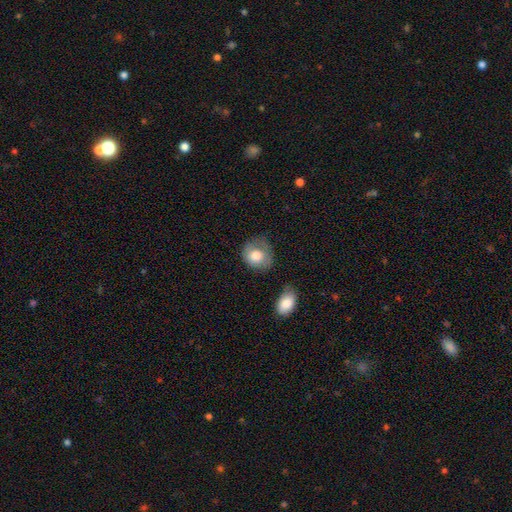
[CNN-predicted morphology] smooth_or_featured: smooth (p=0.75) [alt: featured or disk p=0.18]
how_rounded: round (p=0.71) [alt: in between p=0.28]
merging: none (p=0.55) [alt: minor disturbance p=0.28]